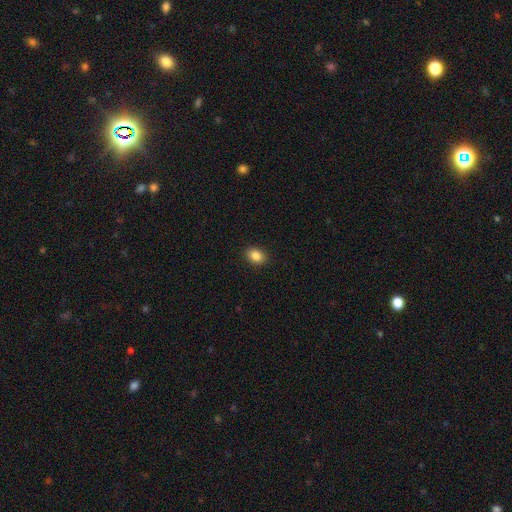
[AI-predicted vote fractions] A smooth galaxy with no disk features (86%) that is in between round and cigar-shaped (69%). Merging: none (90%).